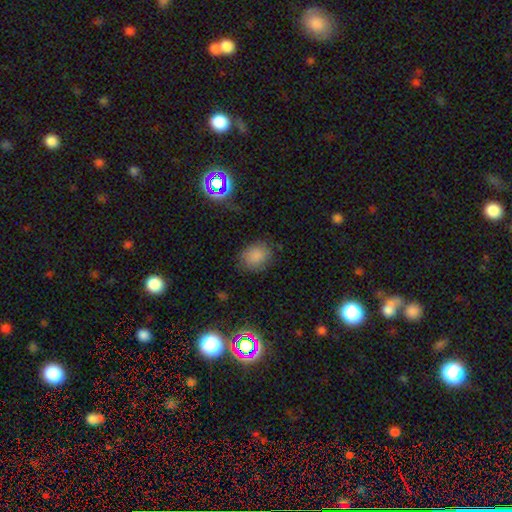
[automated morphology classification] This appears to be a smooth galaxy with no disk features (82%) that is round (55%). Merging: none (77%).